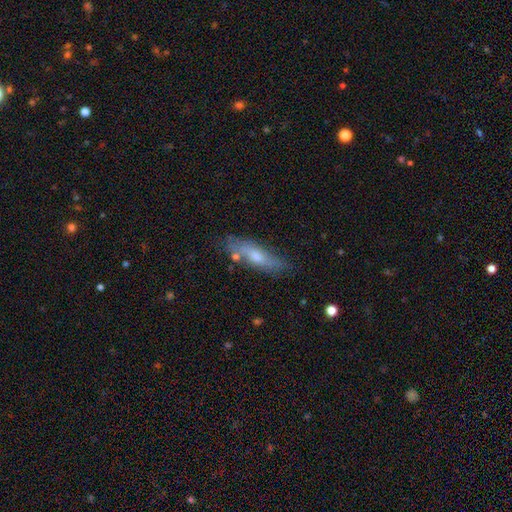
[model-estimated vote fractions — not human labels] A smooth galaxy with no disk features (52%) that is cigar-shaped (66%).

Vote fractions:
- Smooth or featured? smooth: 52% / featured or disk: 40% / star or artifact: 8%
- How rounded? cigar-shaped: 66% / in between: 32% / round: 2%
- Merging? none: 71% / minor disturbance: 19% / merger: 5% / major disturbance: 5%